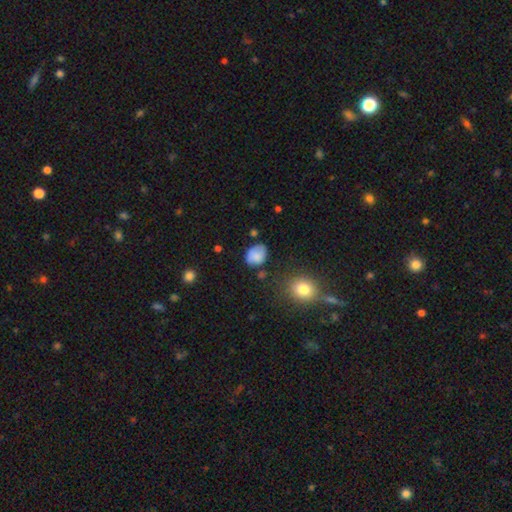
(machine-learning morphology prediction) Q: Smooth or featured?
A: smooth (79%); runner-up: featured or disk (11%)
Q: How rounded?
A: in between (58%); runner-up: round (40%)
Q: Merging?
A: none (59%); runner-up: minor disturbance (29%)